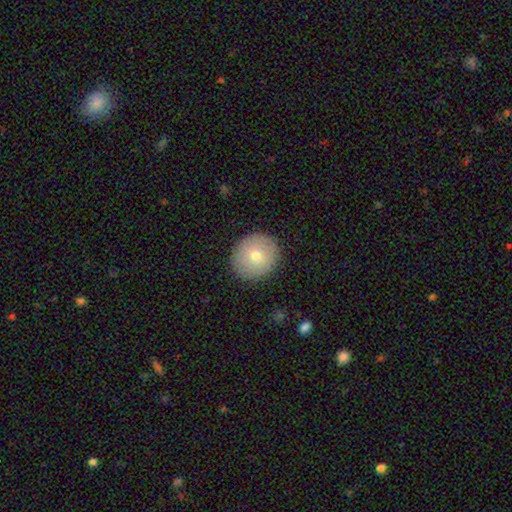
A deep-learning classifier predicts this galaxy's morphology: This is likely a smooth galaxy (74%). How rounded: clearly round (89%). Merging: clearly none (90%).